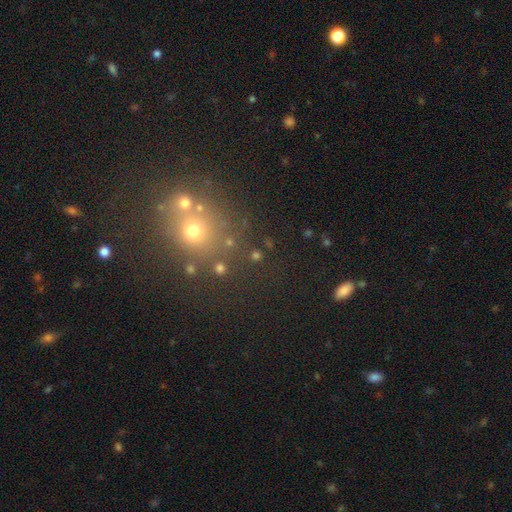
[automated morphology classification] type=smooth (51%); roundness=round (78%); merging=none (73%).